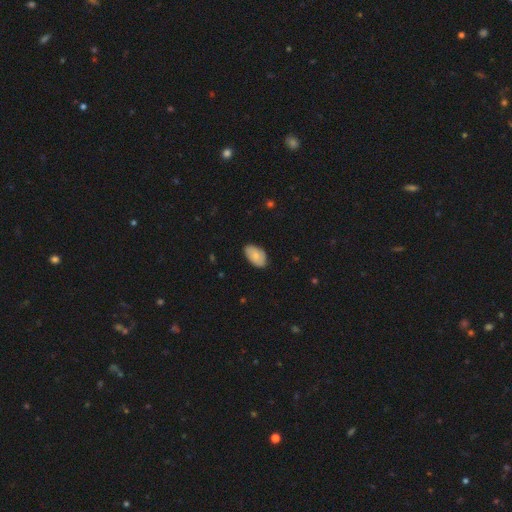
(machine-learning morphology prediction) Smooth or featured?
  - smooth: 81% *
  - featured or disk: 12%
  - star or artifact: 6%
How rounded?
  - in between: 94% *
  - round: 5%
  - cigar-shaped: 1%
Merging?
  - none: 82% *
  - minor disturbance: 15%
  - major disturbance: 2%
  - merger: 1%